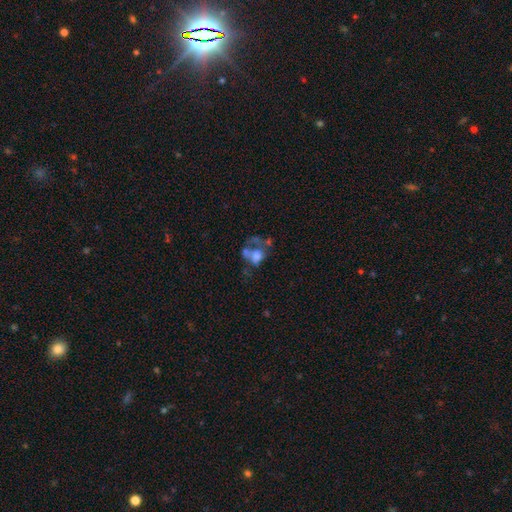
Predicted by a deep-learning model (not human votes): The model was most divided on "smooth or featured": smooth: 45%, featured or disk: 41%, star or artifact: 14%. Remaining: merging — merger (38%).